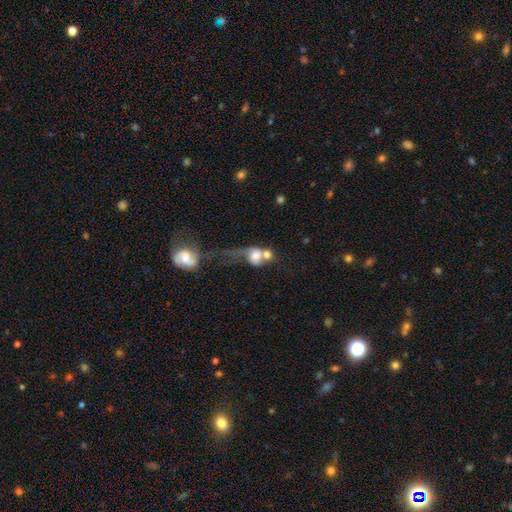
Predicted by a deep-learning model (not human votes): smooth-or-featured: smooth: 59% | featured or disk: 30% | star or artifact: 11%
  how-rounded: round: 58% | in between: 39% | cigar-shaped: 3%
  merging: merger: 61% | major disturbance: 20% | none: 12% | minor disturbance: 7%